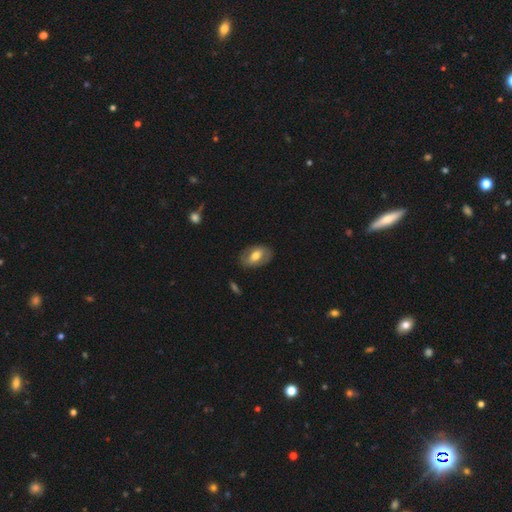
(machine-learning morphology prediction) smooth 51%, featured or disk 42%, star or artifact 6%. Down the decision tree: how rounded — in between (87%); merging — none (80%).